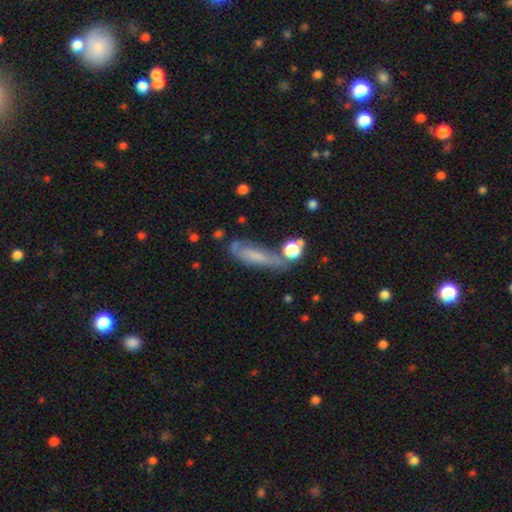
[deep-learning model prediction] Q: Smooth or featured?
A: smooth (49%); runner-up: featured or disk (38%)
Q: Merging?
A: none (42%); runner-up: minor disturbance (26%)